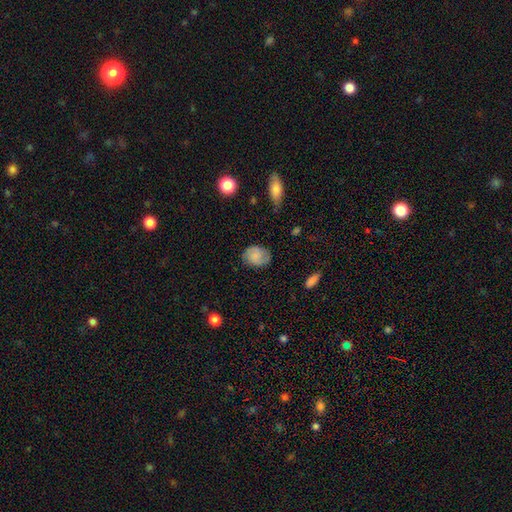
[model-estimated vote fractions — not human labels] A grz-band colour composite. It shows a smooth galaxy with no disk features (65%) that is in between round and cigar-shaped (66%). Merging: none (73%).